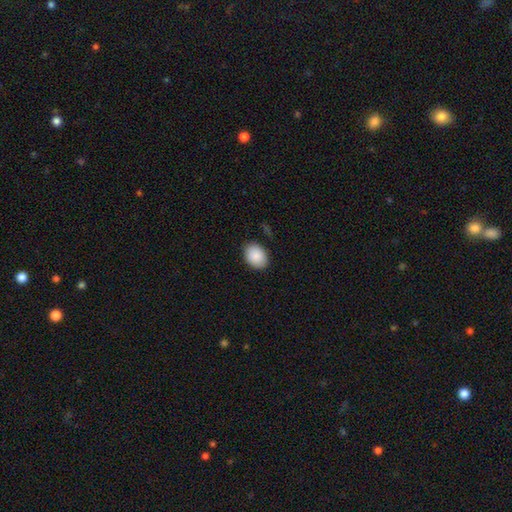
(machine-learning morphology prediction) Smooth or featured: smooth — 89% (star or artifact — 6%)
How rounded: in between — 74% (round — 25%)
Merging: none — 86% (minor disturbance — 10%)